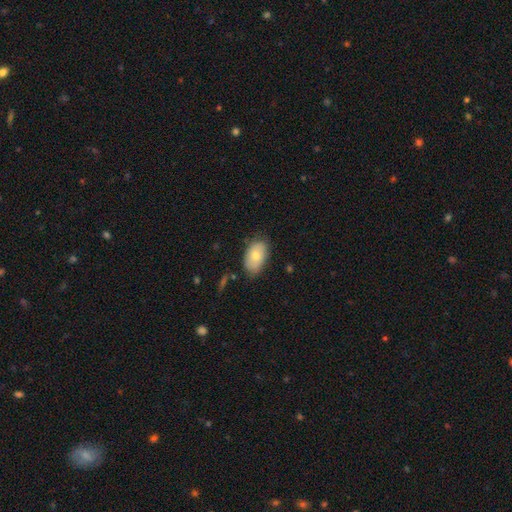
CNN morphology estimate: Smooth or featured?
  - smooth: 72% *
  - featured or disk: 21%
  - star or artifact: 7%
How rounded?
  - in between: 91% *
  - round: 7%
  - cigar-shaped: 1%
Merging?
  - none: 74% *
  - minor disturbance: 20%
  - major disturbance: 4%
  - merger: 2%